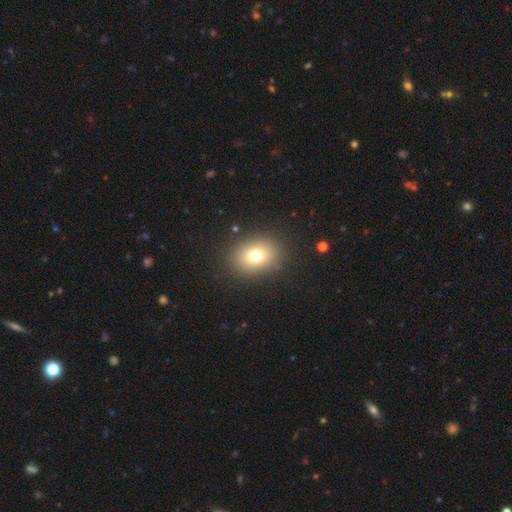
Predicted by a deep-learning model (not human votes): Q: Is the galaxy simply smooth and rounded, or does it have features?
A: smooth — 74%.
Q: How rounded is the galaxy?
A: in between — 56%.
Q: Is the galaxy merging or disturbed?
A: none — 88%.